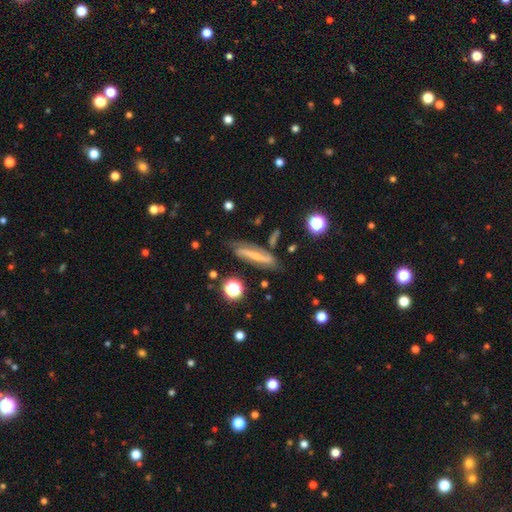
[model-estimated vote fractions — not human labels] The model was most divided on "edge-on disk" (2-way tie): no: 50%, yes: 50%. More confident: merging — none (68%); smooth or featured — featured or disk (56%).